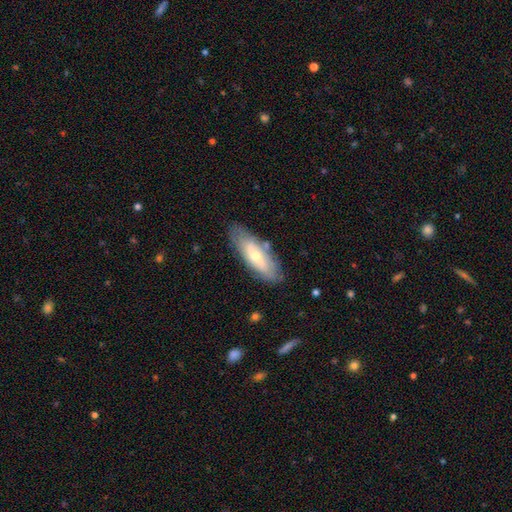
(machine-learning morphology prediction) A featured or disk galaxy (51%). Merging: none (77%).